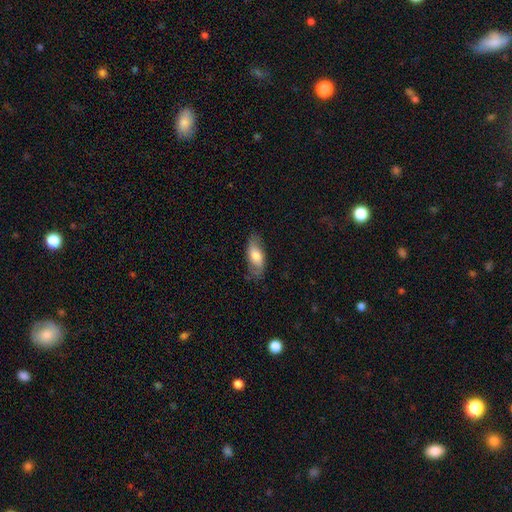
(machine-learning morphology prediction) A smooth galaxy with no disk features (64%) that is in between round and cigar-shaped (83%). Merging: none (68%).